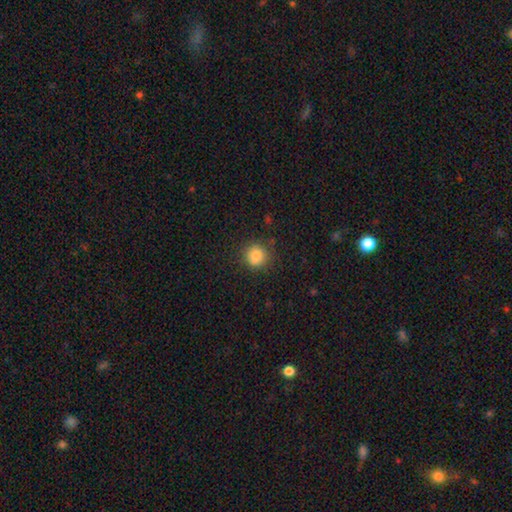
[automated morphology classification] A smooth galaxy with no disk features (84%) that is round (88%). Merging: none (82%).